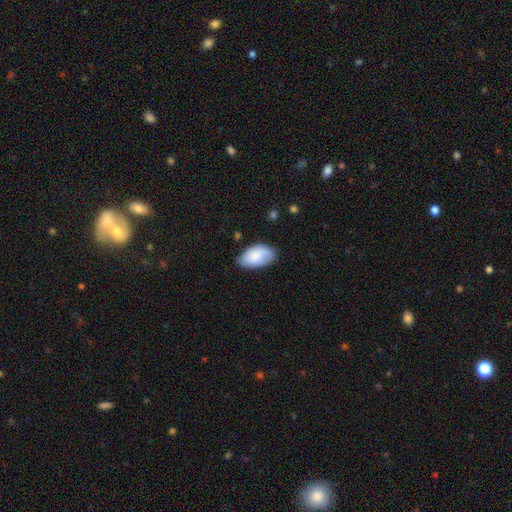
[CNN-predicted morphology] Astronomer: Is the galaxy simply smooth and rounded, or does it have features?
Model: smooth — 81%.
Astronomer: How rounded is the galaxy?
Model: in between — 95%.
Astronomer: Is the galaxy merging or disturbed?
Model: none — 67%.